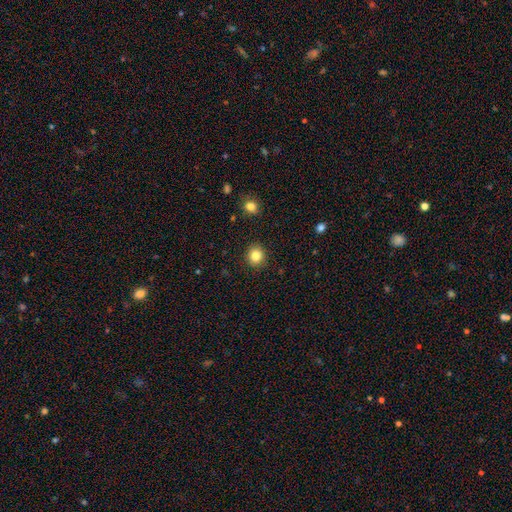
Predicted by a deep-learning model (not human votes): Overall: smooth (84%). How rounded: round (84%). Merging: none (91%).